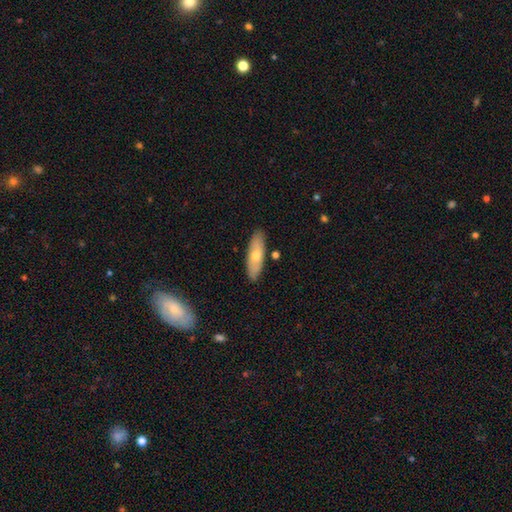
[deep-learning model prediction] A smooth galaxy with no disk features (60%) that is in between round and cigar-shaped (50%). Merging: none (87%).